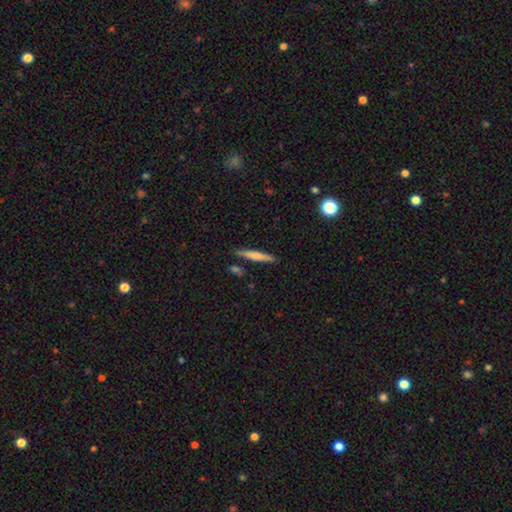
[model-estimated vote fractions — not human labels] A smooth galaxy with no disk features (60%) that is cigar-shaped (94%).

Vote fractions:
- Smooth or featured? smooth: 60% / featured or disk: 34% / star or artifact: 6%
- How rounded? cigar-shaped: 94% / in between: 5% / round: 2%
- Merging? none: 86% / minor disturbance: 9% / merger: 3% / major disturbance: 2%